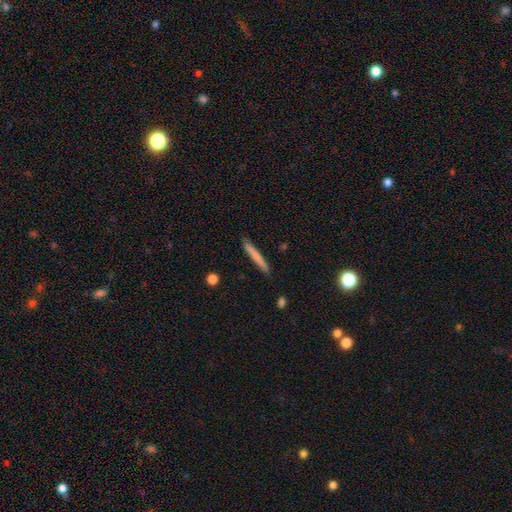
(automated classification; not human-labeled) This appears to be a smooth galaxy with no disk features (71%) that is cigar-shaped (96%). Merging: none (89%).